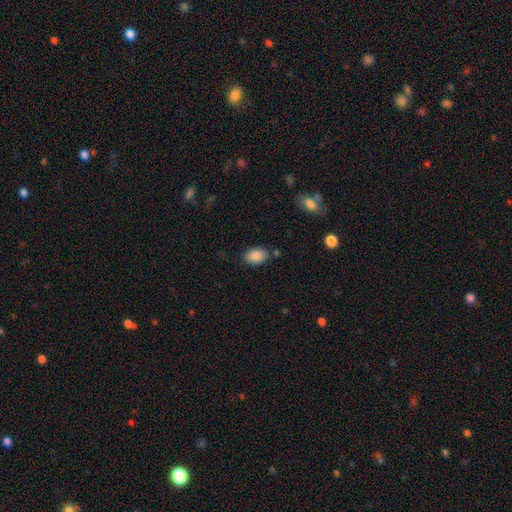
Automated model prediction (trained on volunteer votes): Q: Smooth or featured?
A: smooth (88%); runner-up: star or artifact (8%)
Q: How rounded?
A: in between (86%); runner-up: round (13%)
Q: Merging?
A: none (78%); runner-up: minor disturbance (14%)